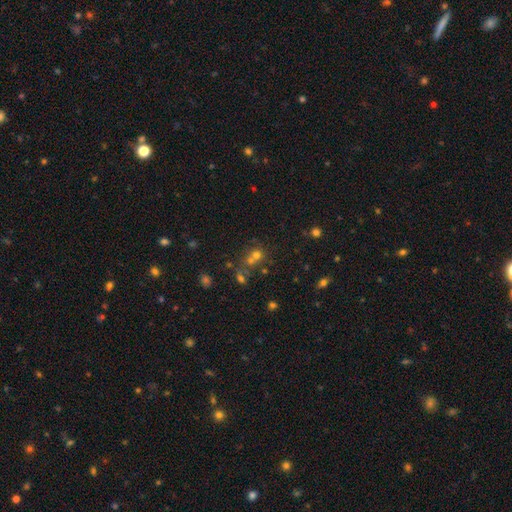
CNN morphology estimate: A smooth galaxy with no disk features (54%) that is round (81%).

Vote fractions:
- Smooth or featured? smooth: 54% / star or artifact: 31% / featured or disk: 15%
- How rounded? round: 81% / in between: 18% / cigar-shaped: 1%
- Merging? none: 46% / merger: 41% / minor disturbance: 8% / major disturbance: 5%